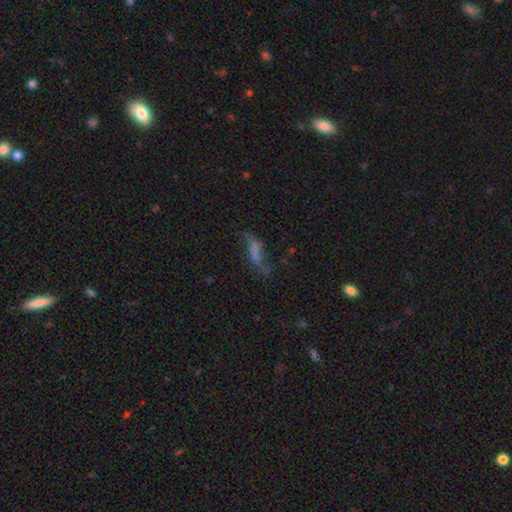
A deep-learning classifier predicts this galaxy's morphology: Smooth or featured? Predicted: featured or disk (p=0.43). Merging? Predicted: none (p=0.51).